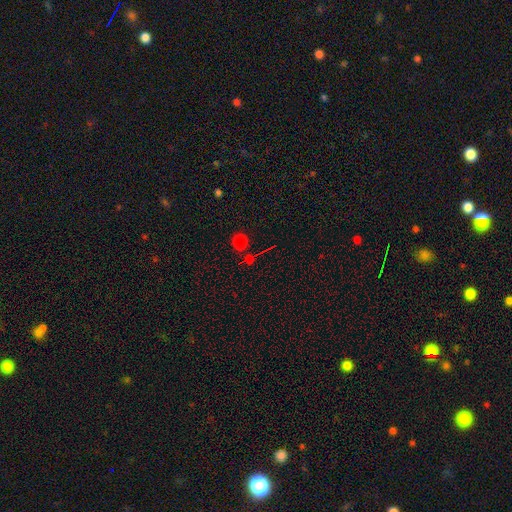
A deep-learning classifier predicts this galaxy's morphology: smooth-or-featured: smooth: 69% | star or artifact: 24% | featured or disk: 7%
  how-rounded: round: 89% | in between: 9% | cigar-shaped: 2%
  merging: none: 81% | merger: 10% | minor disturbance: 7% | major disturbance: 3%